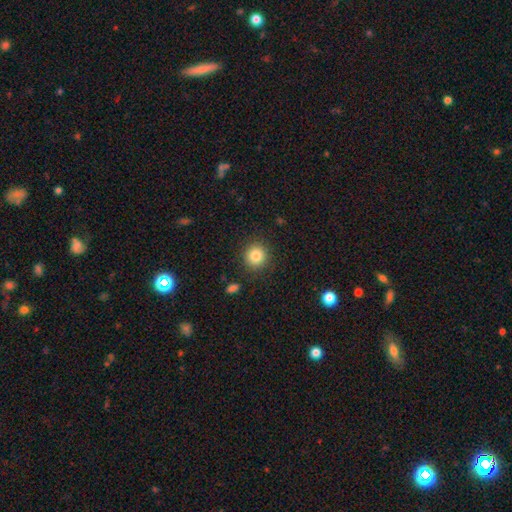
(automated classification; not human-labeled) Smooth or featured?
  - smooth: 84% *
  - star or artifact: 10%
  - featured or disk: 6%
How rounded?
  - round: 92% *
  - in between: 7%
  - cigar-shaped: 1%
Merging?
  - none: 89% *
  - minor disturbance: 7%
  - major disturbance: 3%
  - merger: 2%